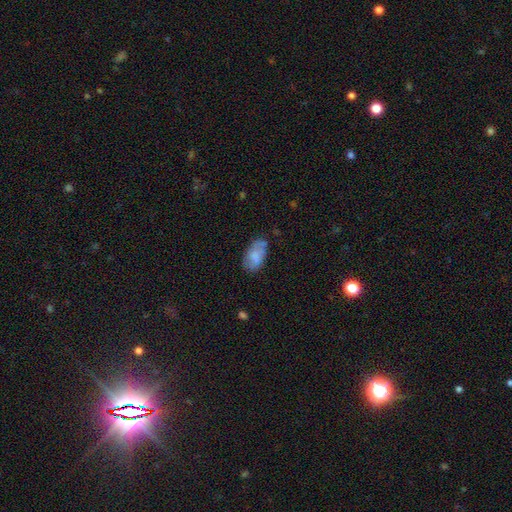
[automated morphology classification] The model was most divided on "merging": none: 56%, minor disturbance: 29%, major disturbance: 11%, merger: 4%. More confident: how rounded — in between (93%); smooth or featured — smooth (68%).